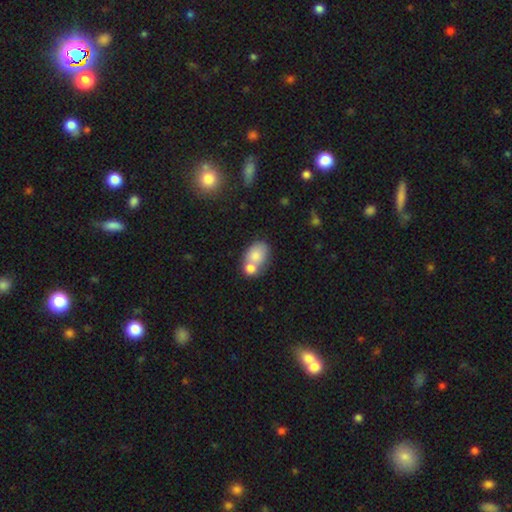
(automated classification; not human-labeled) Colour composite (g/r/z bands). It shows a smooth galaxy with no disk features (76%) that is in between round and cigar-shaped (74%). Merging: merger (49%).